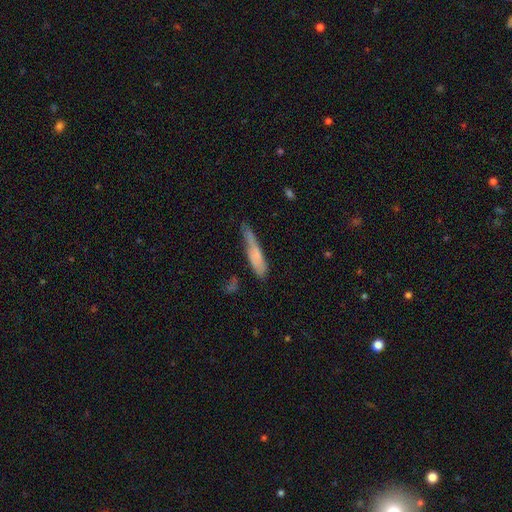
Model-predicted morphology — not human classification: Smooth or featured? smooth (63%)
How rounded? cigar-shaped (86%)
Merging? none (46%)